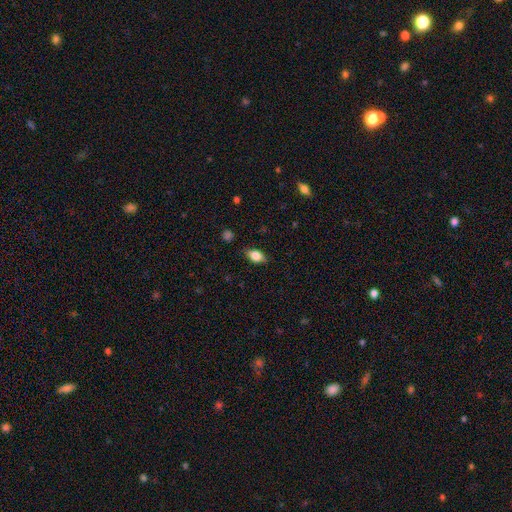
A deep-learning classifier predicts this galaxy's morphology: The model was most divided on "merging": none: 83%, minor disturbance: 13%, major disturbance: 3%, merger: 1%. More confident: how rounded — in between (87%); smooth or featured — smooth (84%).